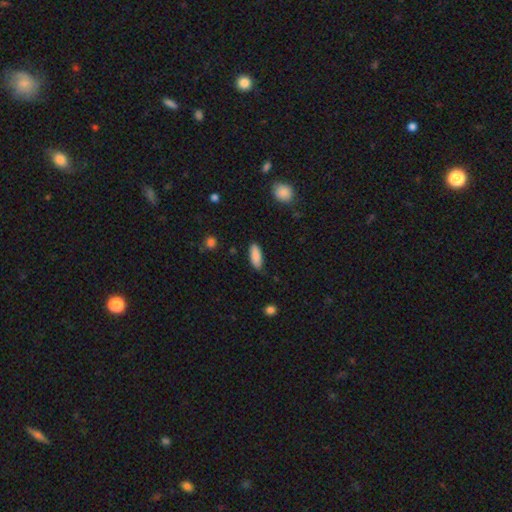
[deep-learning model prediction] This appears to be a smooth galaxy with no disk features (87%) that is in between round and cigar-shaped (75%). Merging: none (79%).